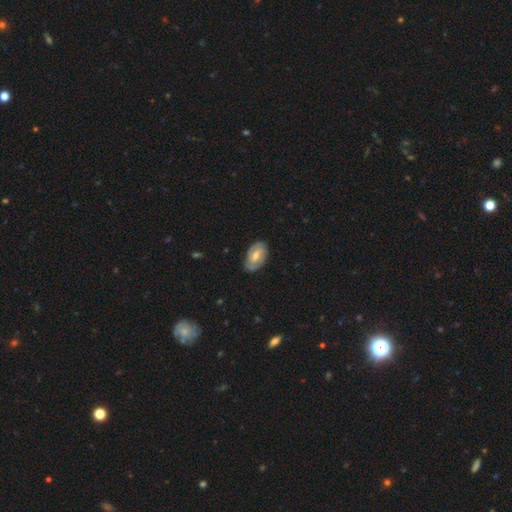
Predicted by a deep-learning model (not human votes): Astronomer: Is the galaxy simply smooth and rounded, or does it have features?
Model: featured or disk — 65%.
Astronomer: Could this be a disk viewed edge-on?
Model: no — 95%.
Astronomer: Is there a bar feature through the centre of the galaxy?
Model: weak — 52% (runner-up: no, 33%).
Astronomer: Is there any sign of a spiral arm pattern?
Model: yes — 85%.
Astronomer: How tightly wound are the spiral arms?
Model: tight — 53% (runner-up: medium, 35%).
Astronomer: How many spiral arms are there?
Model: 2 — 68%.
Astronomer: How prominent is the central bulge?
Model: moderate — 61%.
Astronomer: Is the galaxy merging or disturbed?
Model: none — 78%.